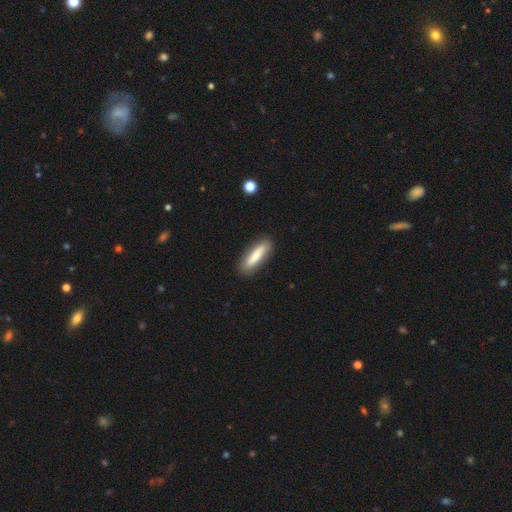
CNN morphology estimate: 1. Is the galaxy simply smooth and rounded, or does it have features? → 72% smooth, 22% featured or disk, 6% star or artifact.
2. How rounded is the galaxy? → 67% cigar-shaped, 31% in between, 2% round.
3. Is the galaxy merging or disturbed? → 87% none, 9% minor disturbance, 2% major disturbance, 1% merger.